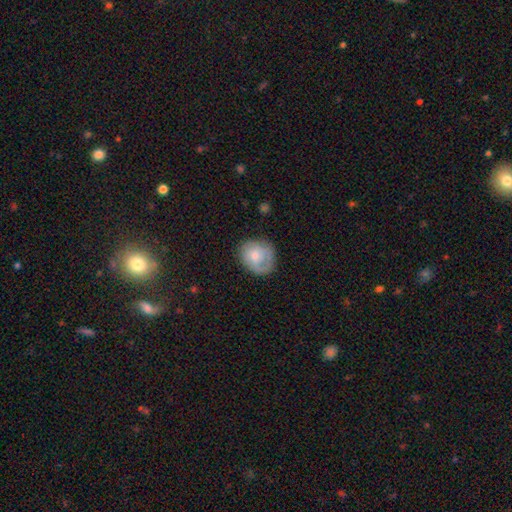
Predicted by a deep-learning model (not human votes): smooth 62%, featured or disk 31%, star or artifact 7%. Down the decision tree: how rounded — round (70%); merging — none (65%).